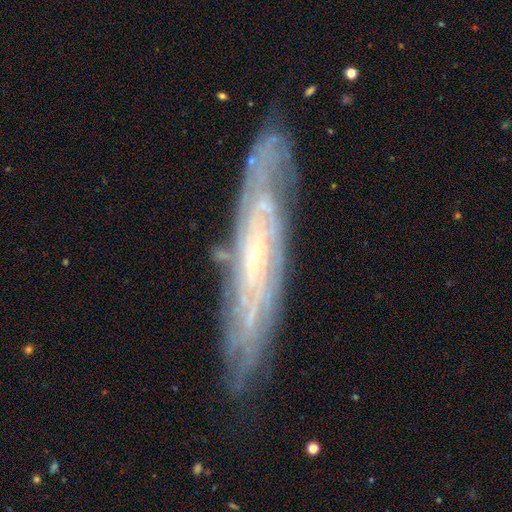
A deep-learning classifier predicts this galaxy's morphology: The model was most divided on "edge-on disk": no: 57%, yes: 43%. More confident: merging — none (82%); smooth or featured — featured or disk (79%).